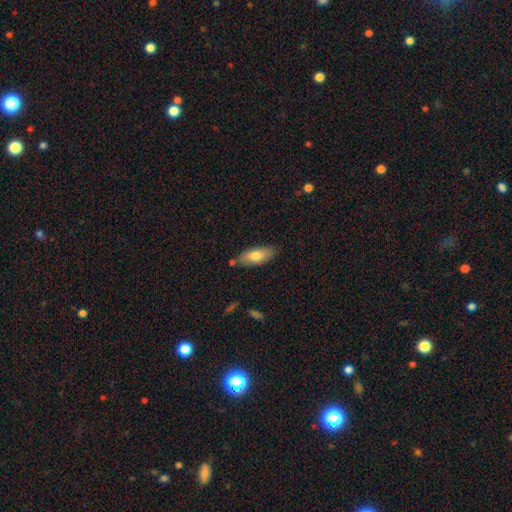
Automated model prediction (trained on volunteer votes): Overall: smooth (73%). How rounded: in between (80%). Merging: none (78%).